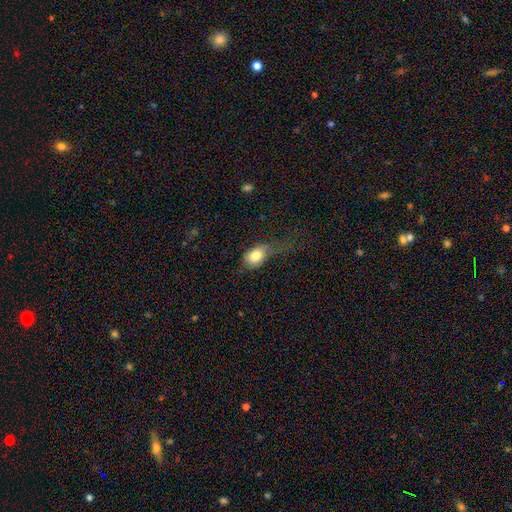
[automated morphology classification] Smooth or featured? smooth (78%)
How rounded? in between (80%)
Merging? major disturbance (34%)